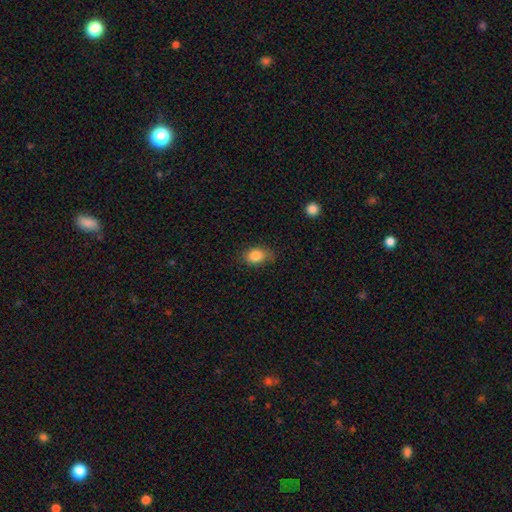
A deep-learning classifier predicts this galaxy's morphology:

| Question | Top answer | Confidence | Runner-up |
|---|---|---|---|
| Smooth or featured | smooth | 84% | star or artifact (9%) |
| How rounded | in between | 69% | round (29%) |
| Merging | none | 68% | minor disturbance (25%) |